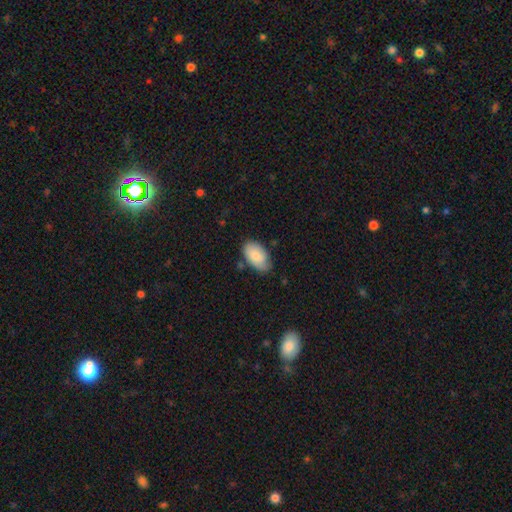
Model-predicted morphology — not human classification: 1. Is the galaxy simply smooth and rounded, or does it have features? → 78% smooth, 16% featured or disk, 6% star or artifact.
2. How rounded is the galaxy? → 95% in between, 4% round, 1% cigar-shaped.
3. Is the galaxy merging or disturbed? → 68% none, 25% minor disturbance, 4% major disturbance, 3% merger.